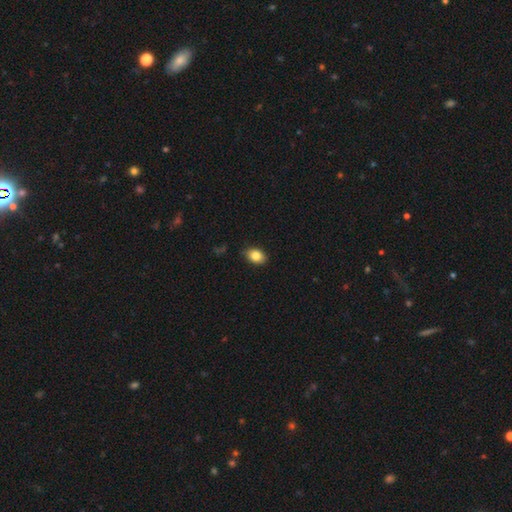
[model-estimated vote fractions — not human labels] This appears to be a smooth galaxy with no disk features (84%) that is in between round and cigar-shaped (77%). Merging: none (85%).